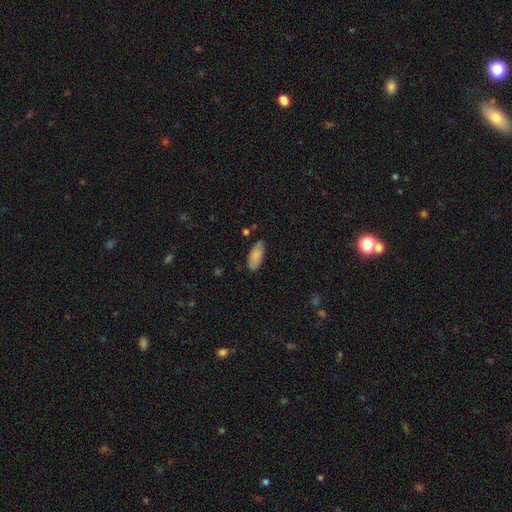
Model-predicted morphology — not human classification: Smooth or featured?
  - smooth: 85% *
  - featured or disk: 8%
  - star or artifact: 6%
How rounded?
  - in between: 85% *
  - cigar-shaped: 13%
  - round: 2%
Merging?
  - none: 76% *
  - minor disturbance: 19%
  - major disturbance: 3%
  - merger: 2%